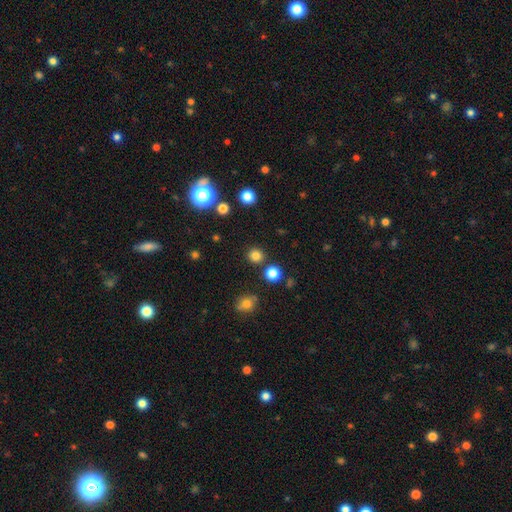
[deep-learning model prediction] Q: Smooth or featured?
A: smooth (80%); runner-up: star or artifact (15%)
Q: How rounded?
A: round (92%); runner-up: in between (8%)
Q: Merging?
A: none (87%); runner-up: minor disturbance (6%)